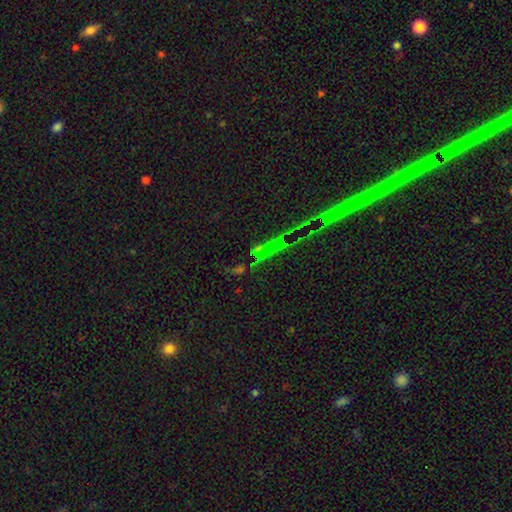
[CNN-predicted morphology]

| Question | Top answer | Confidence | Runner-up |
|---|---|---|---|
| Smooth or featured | star or artifact | 59% | smooth (25%) |